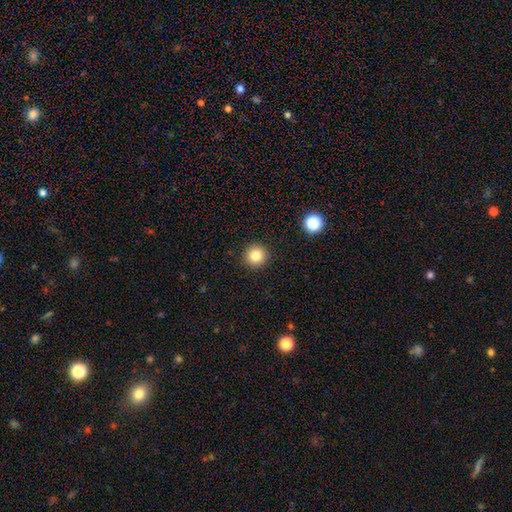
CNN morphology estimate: This appears to be a smooth galaxy with no disk features (82%) that is round (95%). Merging: none (92%).